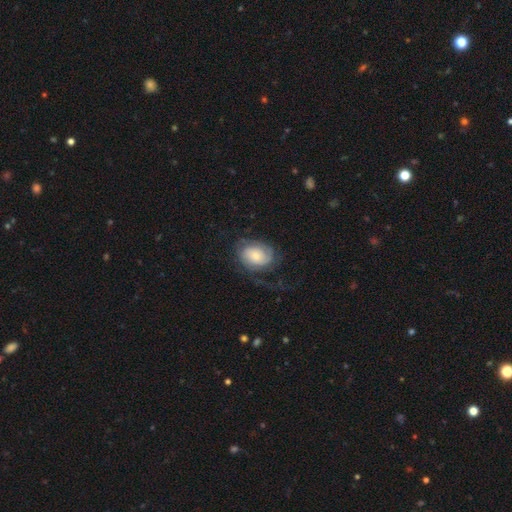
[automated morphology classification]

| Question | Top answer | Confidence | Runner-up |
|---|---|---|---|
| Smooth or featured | featured or disk | 56% | smooth (36%) |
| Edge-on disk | no | 97% | yes (3%) |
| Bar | no | 73% | weak (23%) |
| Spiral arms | yes | 87% | no (13%) |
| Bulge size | small | 39% | moderate (33%) |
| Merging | none | 51% | major disturbance (26%) |